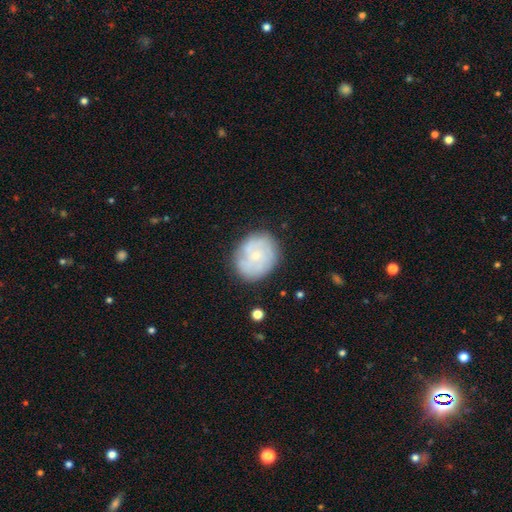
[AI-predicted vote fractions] Smooth or featured: featured or disk — 57% (smooth — 36%)
Edge-on disk: no — 98% (yes — 2%)
Bar: no — 79% (weak — 18%)
Spiral arms: yes — 74% (no — 26%)
Bulge size: small — 71% (moderate — 23%)
Merging: none — 76% (minor disturbance — 17%)